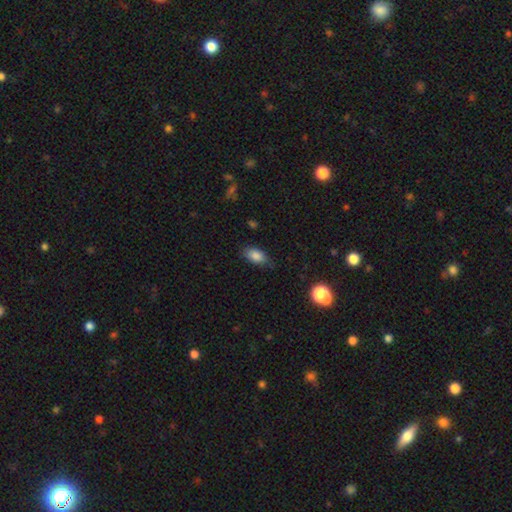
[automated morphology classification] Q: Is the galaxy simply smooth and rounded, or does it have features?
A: smooth — 85%.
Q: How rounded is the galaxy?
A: in between — 89%.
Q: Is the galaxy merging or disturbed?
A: none — 74%.